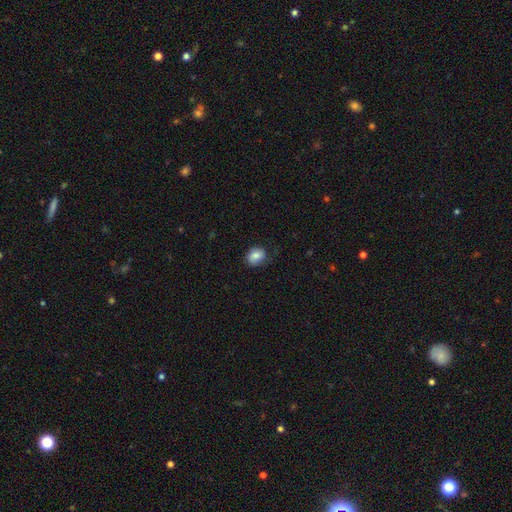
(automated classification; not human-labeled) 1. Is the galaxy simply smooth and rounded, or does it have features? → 81% smooth, 10% featured or disk, 8% star or artifact.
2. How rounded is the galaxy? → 54% in between, 45% round, 1% cigar-shaped.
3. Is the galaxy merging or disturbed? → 73% none, 20% minor disturbance, 6% major disturbance, 1% merger.